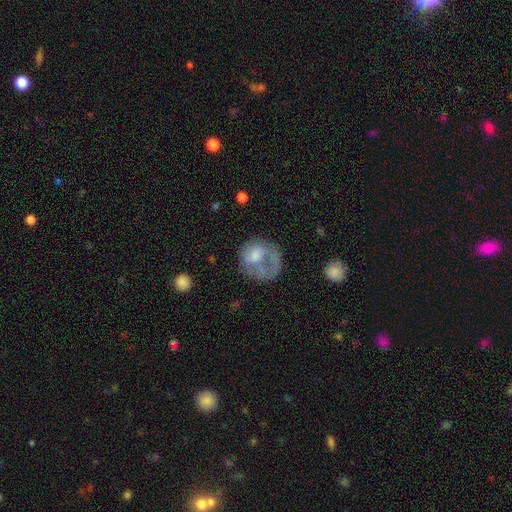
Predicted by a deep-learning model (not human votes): The model was most divided on "merging" (2-way tie): major disturbance: 37%, none: 37%, minor disturbance: 20%, merger: 5%. Remaining: smooth or featured — featured or disk (49%).